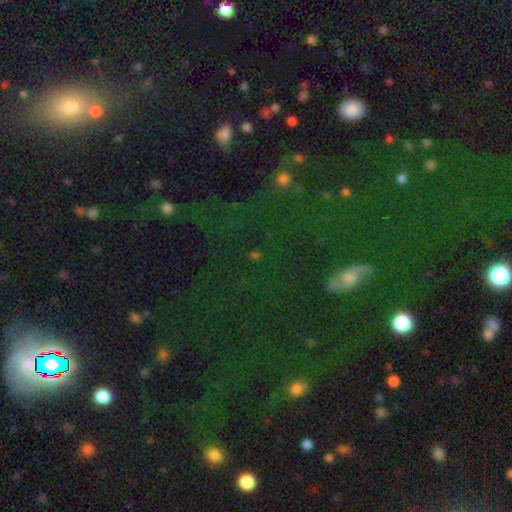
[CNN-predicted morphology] Smooth or featured? star or artifact (52%)